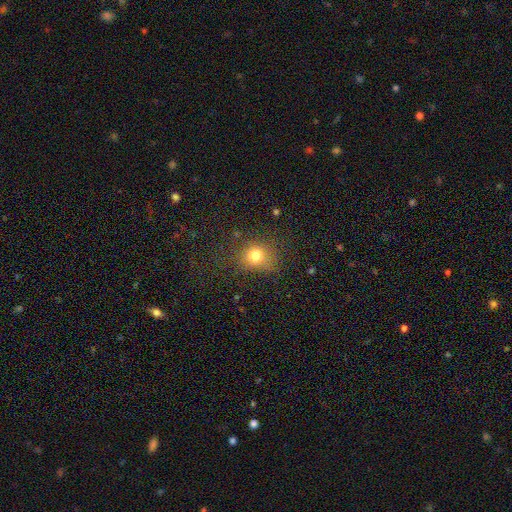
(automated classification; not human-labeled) Smooth or featured? smooth (75%)
How rounded? round (75%)
Merging? none (76%)